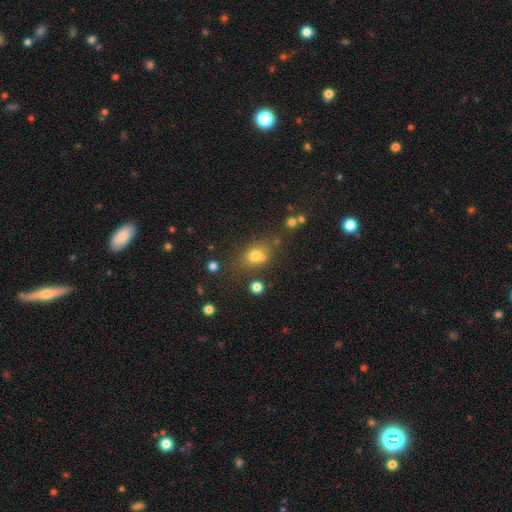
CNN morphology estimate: Overall: smooth (71%). How rounded: round (49%; in between 48%). Merging: none (60%).